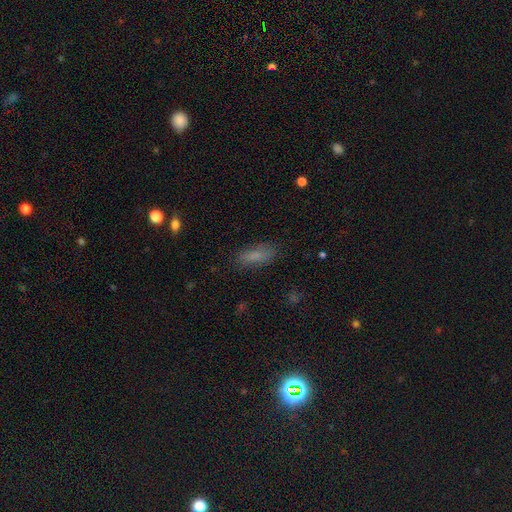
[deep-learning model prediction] Smooth or featured?
  - smooth: 80% *
  - star or artifact: 10%
  - featured or disk: 10%
How rounded?
  - in between: 65% *
  - cigar-shaped: 32%
  - round: 3%
Merging?
  - none: 81% *
  - minor disturbance: 14%
  - major disturbance: 4%
  - merger: 2%